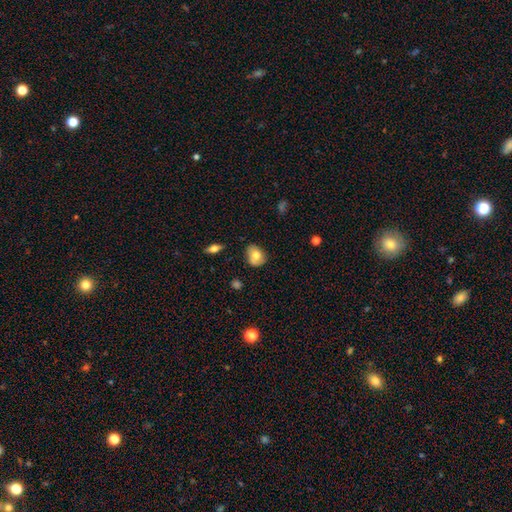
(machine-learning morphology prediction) smooth-or-featured: smooth: 72% | featured or disk: 19% | star or artifact: 8%
  how-rounded: in between: 56% | round: 43% | cigar-shaped: 1%
  merging: none: 70% | minor disturbance: 23% | major disturbance: 4% | merger: 2%